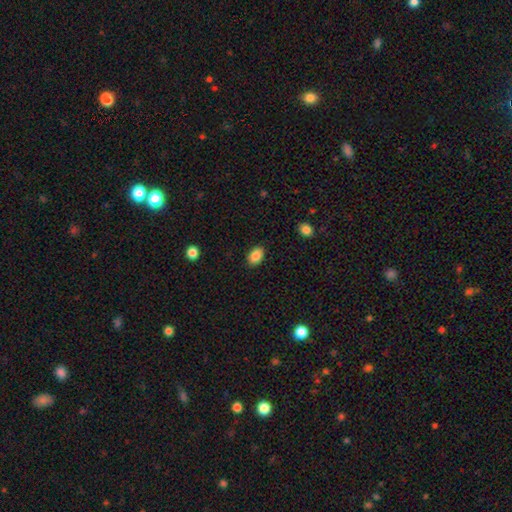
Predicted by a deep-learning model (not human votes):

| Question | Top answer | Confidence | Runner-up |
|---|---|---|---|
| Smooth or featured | smooth | 88% | star or artifact (8%) |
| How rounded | in between | 84% | round (15%) |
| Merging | none | 87% | minor disturbance (9%) |